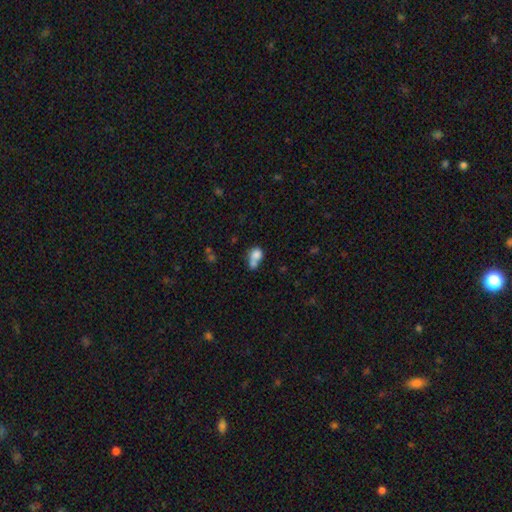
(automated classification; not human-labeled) Morphology: type=smooth (76%); roundness=in between (51%); merging=merger (59%).